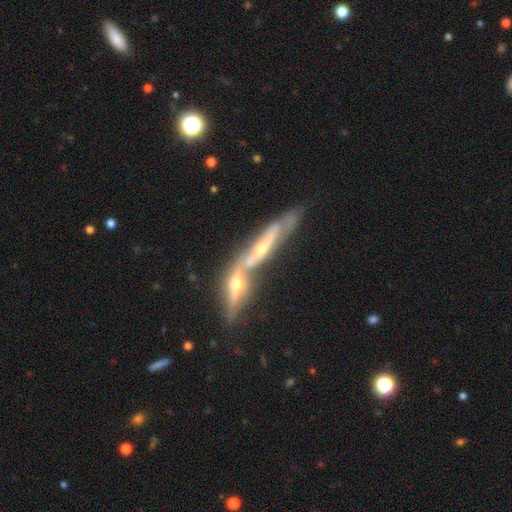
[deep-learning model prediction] This appears to be a featured or disk galaxy (69%) viewed edge-on (78%) with a rounded central bulge (71%). Merging: merger (57%).